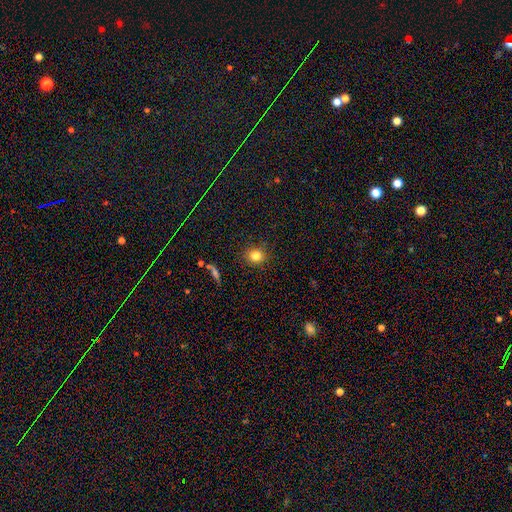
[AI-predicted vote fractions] Morphology: type=smooth (82%); roundness=round (80%); merging=none (89%).